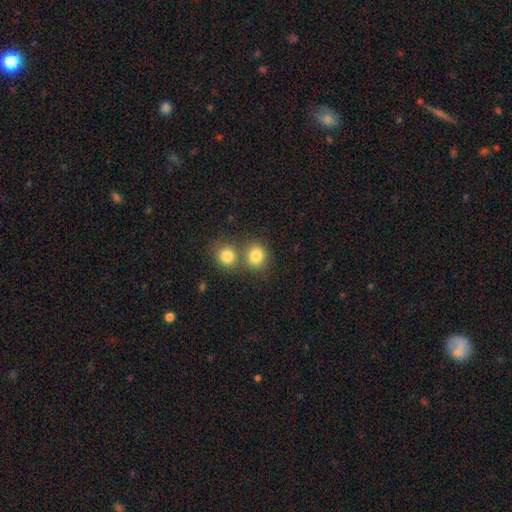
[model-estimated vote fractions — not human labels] Smooth or featured?
  - smooth: 82% *
  - star or artifact: 11%
  - featured or disk: 8%
How rounded?
  - round: 80% *
  - in between: 19%
  - cigar-shaped: 1%
Merging?
  - none: 52% *
  - merger: 37%
  - minor disturbance: 8%
  - major disturbance: 3%